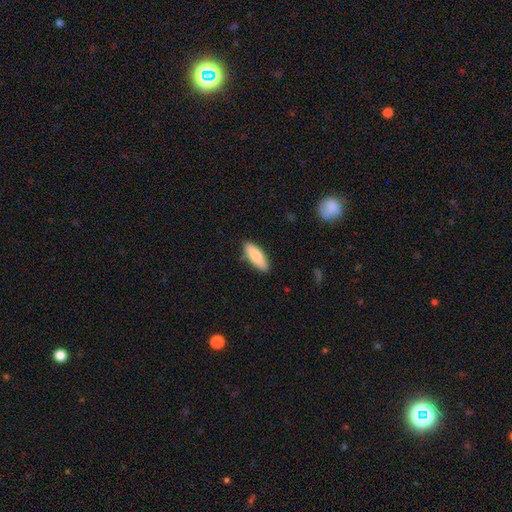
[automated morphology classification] Smooth or featured: smooth — 81% (featured or disk — 13%)
How rounded: in between — 60% (cigar-shaped — 38%)
Merging: none — 84% (minor disturbance — 12%)